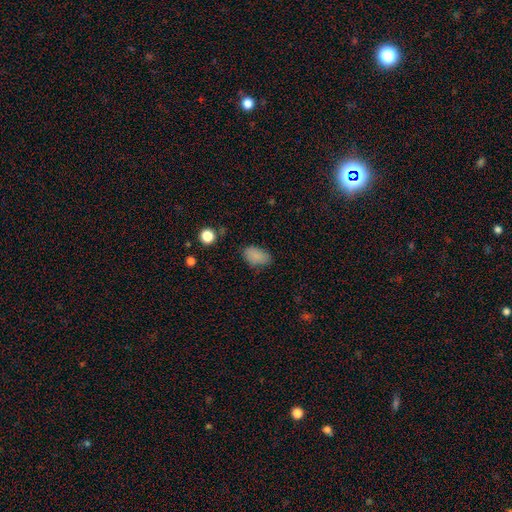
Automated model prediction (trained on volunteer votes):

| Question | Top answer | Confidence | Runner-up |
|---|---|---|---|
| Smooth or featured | smooth | 84% | star or artifact (11%) |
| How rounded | in between | 89% | round (9%) |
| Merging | none | 73% | minor disturbance (21%) |